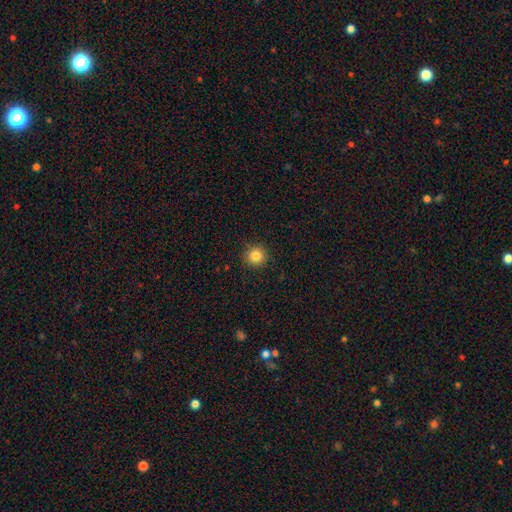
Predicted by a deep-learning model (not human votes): Morphology: type=smooth (83%); roundness=round (94%); merging=none (91%).